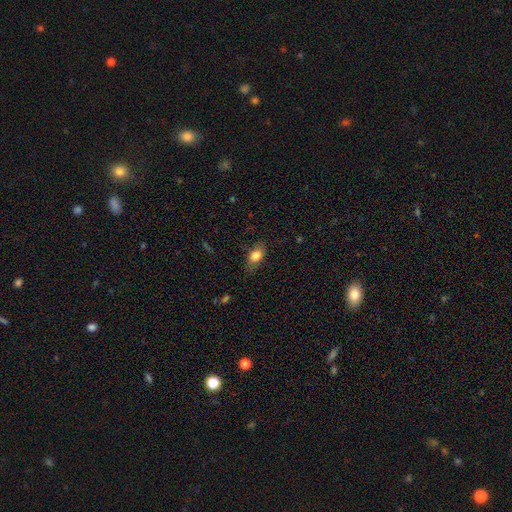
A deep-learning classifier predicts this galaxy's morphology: This is likely a smooth galaxy (80%). How rounded: clearly in between (85%). Merging: likely none (78%).